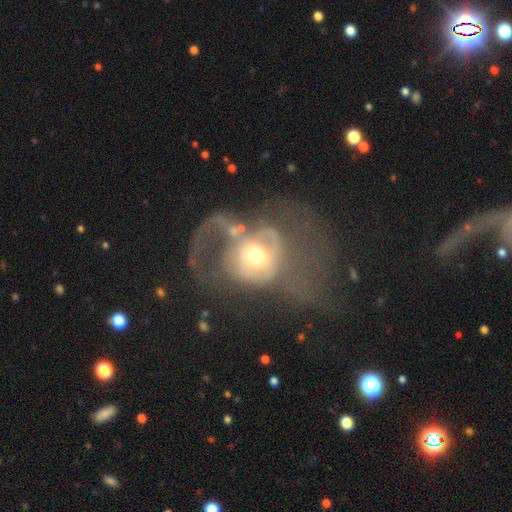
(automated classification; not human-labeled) This is likely a featured or disk galaxy (65%). It is clearly not viewed edge-on (96%). Bar: likely no (70%). Spiral arm pattern: possibly yes (51%). Central bulge: likely moderate (63%). Merging: possibly major disturbance (56%).